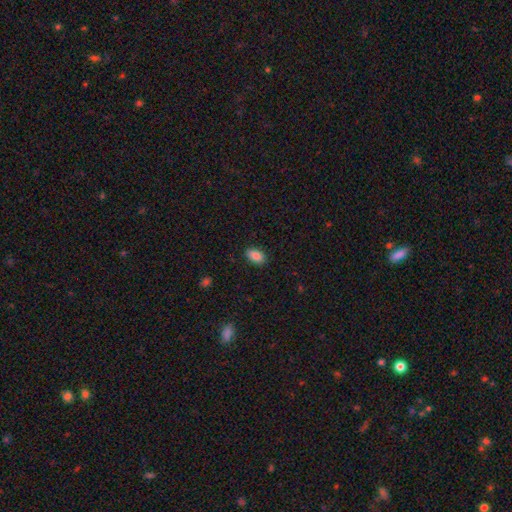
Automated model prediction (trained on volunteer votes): Morphology: type=smooth (86%); roundness=in between (90%); merging=none (88%).